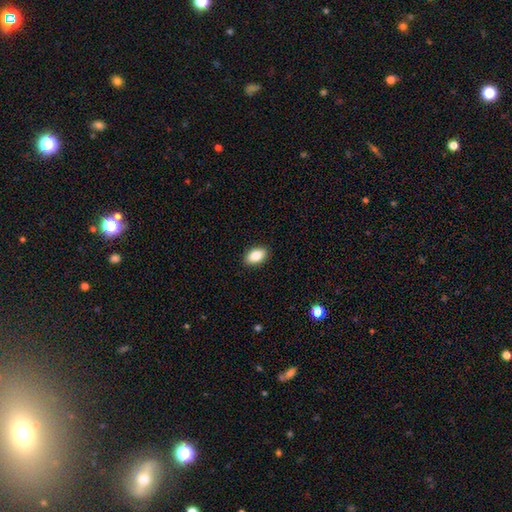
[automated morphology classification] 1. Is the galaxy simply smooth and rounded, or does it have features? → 86% smooth, 7% star or artifact, 7% featured or disk.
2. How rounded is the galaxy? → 90% in between, 7% round, 2% cigar-shaped.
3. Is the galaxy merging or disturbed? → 89% none, 8% minor disturbance, 2% major disturbance, 1% merger.